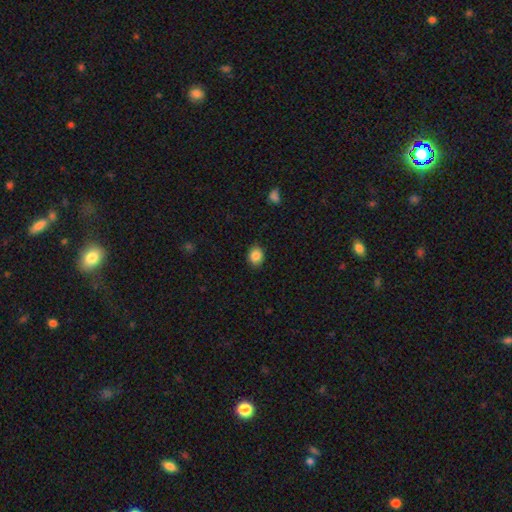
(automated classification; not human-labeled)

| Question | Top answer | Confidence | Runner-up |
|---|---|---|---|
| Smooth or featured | smooth | 86% | star or artifact (9%) |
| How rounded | round | 53% | in between (46%) |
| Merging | none | 88% | minor disturbance (9%) |